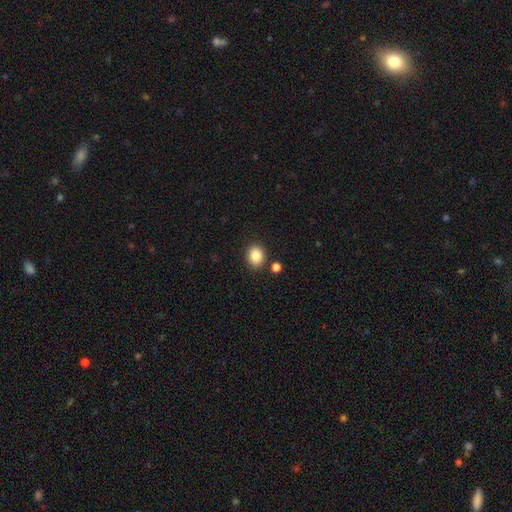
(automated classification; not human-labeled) smooth 86%, star or artifact 9%, featured or disk 5%. Down the decision tree: how rounded — round (55%); merging — none (83%).